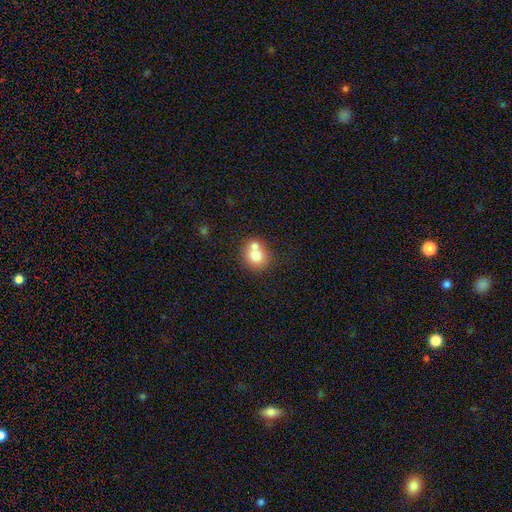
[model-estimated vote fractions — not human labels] The model was most divided on "merging": merger: 47%, none: 43%, minor disturbance: 8%, major disturbance: 3%. More confident: how rounded — round (82%); smooth or featured — smooth (73%).